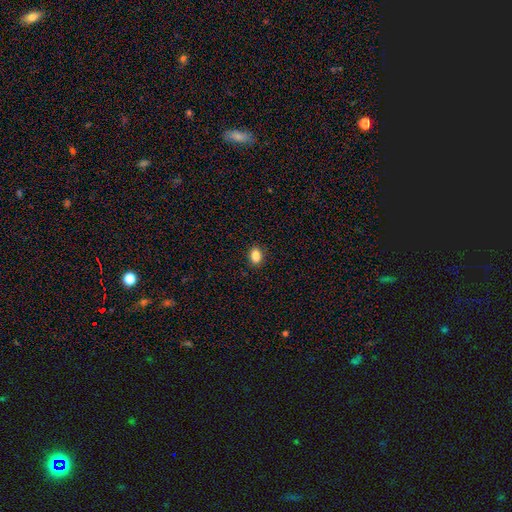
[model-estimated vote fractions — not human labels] smooth_or_featured: smooth (p=0.86) [alt: star or artifact p=0.09]
how_rounded: in between (p=0.77) [alt: round p=0.22]
merging: none (p=0.90) [alt: minor disturbance p=0.07]